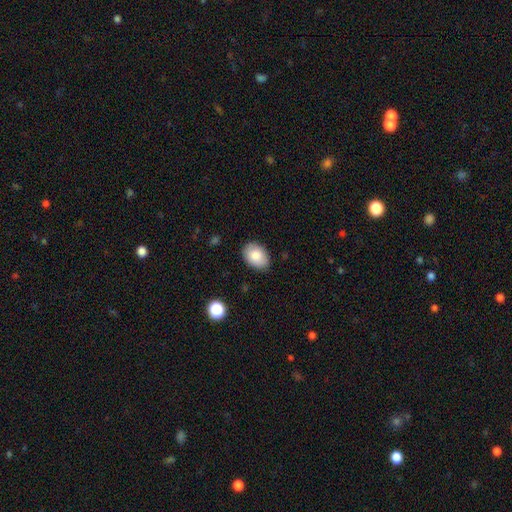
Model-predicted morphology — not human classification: This appears to be a smooth galaxy with no disk features (84%) that is in between round and cigar-shaped (84%). Merging: none (84%).